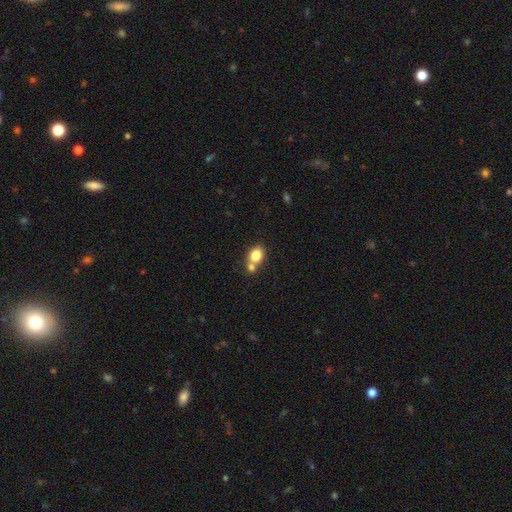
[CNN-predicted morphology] Overall: smooth (81%). How rounded: in between (57%; round 42%). Merging: none (45%; merger 41%).